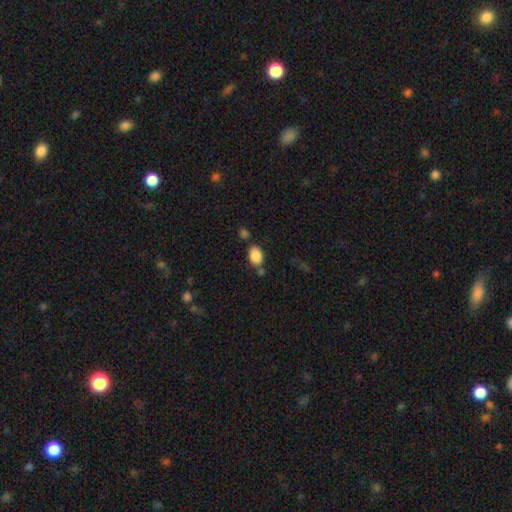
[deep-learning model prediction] smooth-or-featured: smooth: 87% | star or artifact: 8% | featured or disk: 5%
  how-rounded: in between: 80% | round: 18% | cigar-shaped: 1%
  merging: none: 70% | minor disturbance: 14% | merger: 12% | major disturbance: 4%